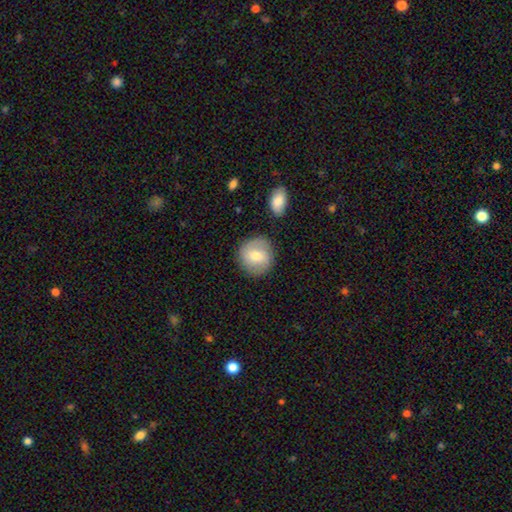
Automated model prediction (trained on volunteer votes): smooth_or_featured: smooth (p=0.66) [alt: featured or disk p=0.27]
how_rounded: round (p=0.89) [alt: in between p=0.10]
merging: none (p=0.81) [alt: minor disturbance p=0.12]